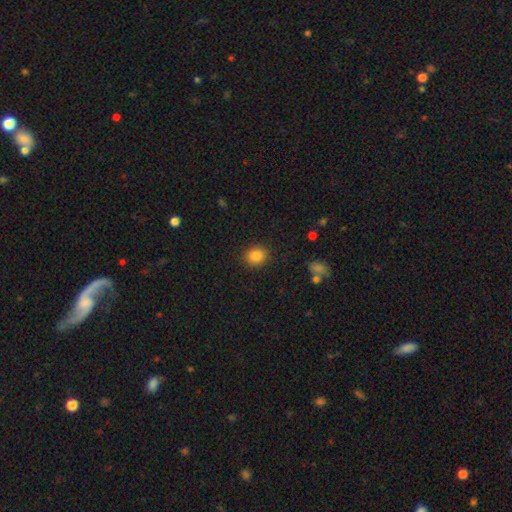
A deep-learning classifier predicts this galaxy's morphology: Q: Smooth or featured?
A: smooth (86%); runner-up: star or artifact (10%)
Q: How rounded?
A: round (72%); runner-up: in between (27%)
Q: Merging?
A: none (89%); runner-up: minor disturbance (7%)